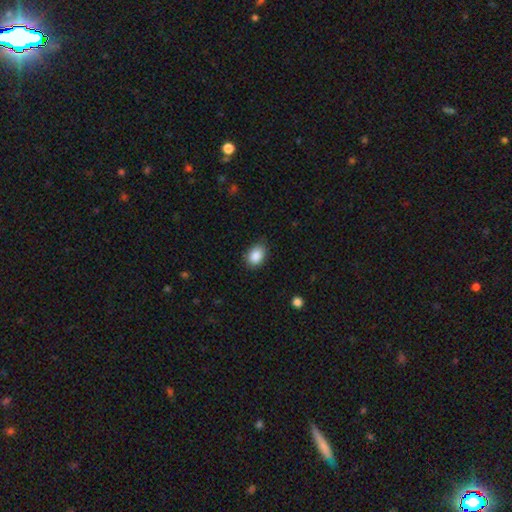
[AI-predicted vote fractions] Smooth or featured: smooth — 88% (star or artifact — 8%)
How rounded: in between — 76% (round — 23%)
Merging: none — 80% (minor disturbance — 16%)